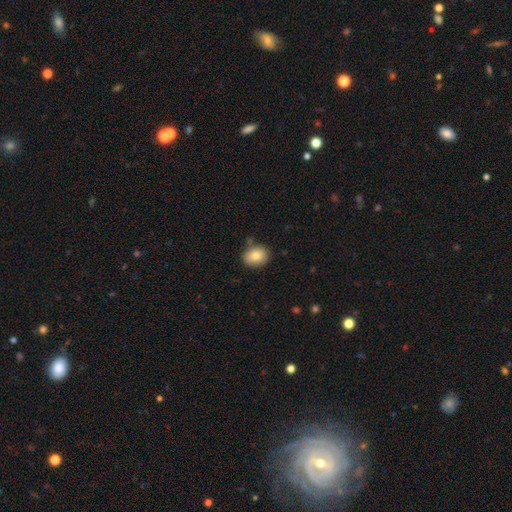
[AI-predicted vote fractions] This appears to be a smooth galaxy with no disk features (82%) that is in between round and cigar-shaped (64%). Merging: none (81%).